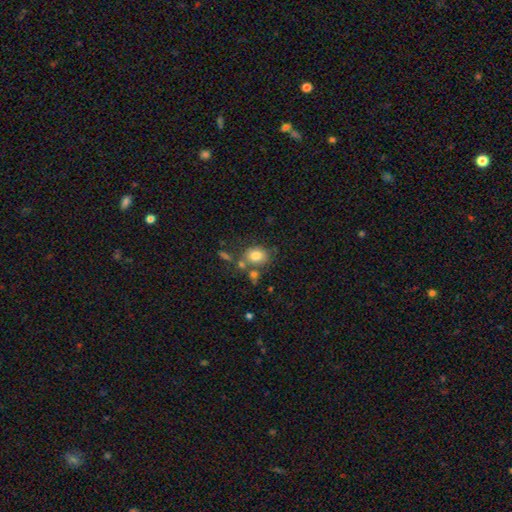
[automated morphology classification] Smooth or featured? smooth (80%)
How rounded? round (53%)
Merging? none (63%)